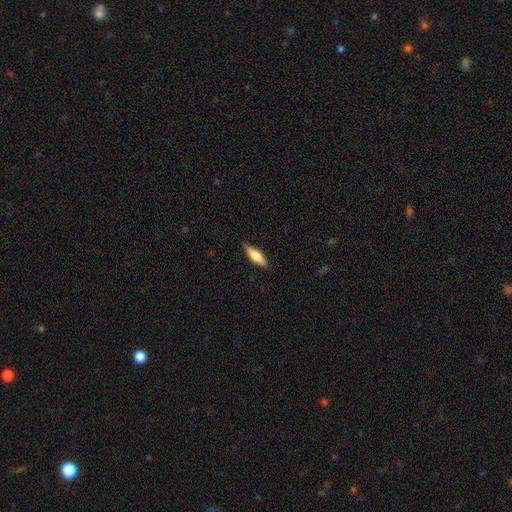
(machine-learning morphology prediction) Overall: smooth (67%; featured or disk 27%). How rounded: cigar-shaped (52%; in between 46%). Merging: none (87%).